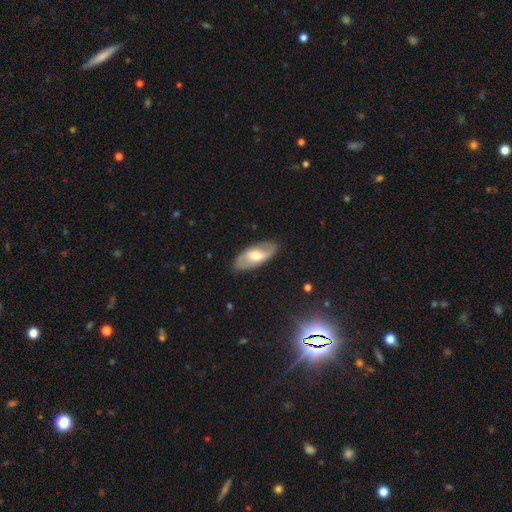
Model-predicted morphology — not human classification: A featured or disk galaxy (54%). Merging: none (84%).